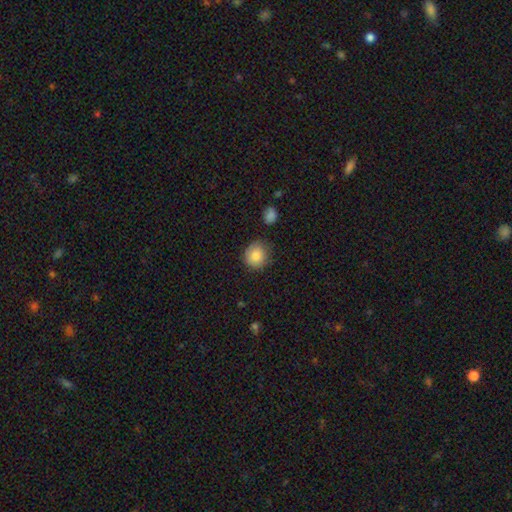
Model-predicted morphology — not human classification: This appears to be a smooth galaxy with no disk features (85%) that is round (86%). Merging: none (76%).